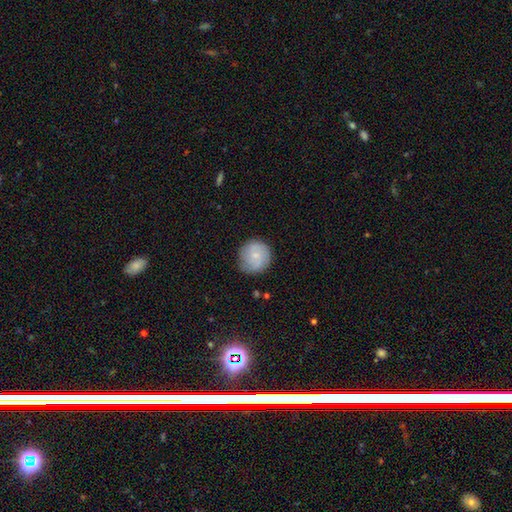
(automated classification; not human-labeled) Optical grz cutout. It shows a smooth galaxy with no disk features (67%) that is round (93%). Merging: none (77%).